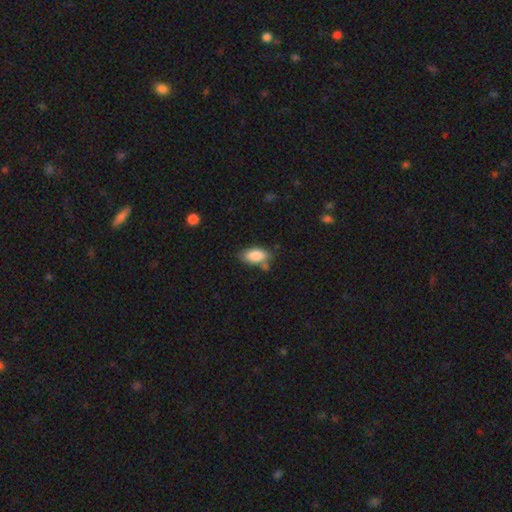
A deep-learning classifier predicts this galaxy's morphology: A smooth galaxy with no disk features (85%) that is in between round and cigar-shaped (90%).

Vote fractions:
- Smooth or featured? smooth: 85% / featured or disk: 8% / star or artifact: 7%
- How rounded? in between: 90% / cigar-shaped: 6% / round: 4%
- Merging? none: 66% / minor disturbance: 21% / merger: 8% / major disturbance: 5%